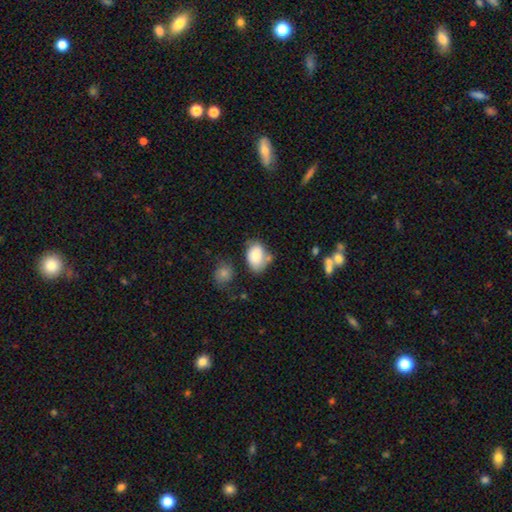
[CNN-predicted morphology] The model was most divided on "merging": none: 50%, minor disturbance: 27%, merger: 14%, major disturbance: 9%. More confident: how rounded — in between (83%); smooth or featured — smooth (80%).